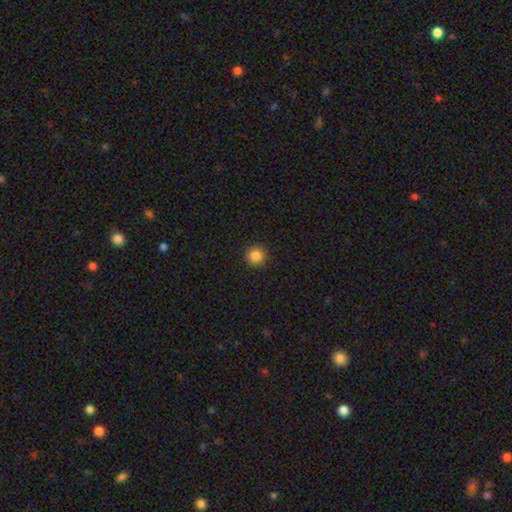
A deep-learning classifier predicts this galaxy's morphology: Smooth or featured?
  - smooth: 86% *
  - star or artifact: 10%
  - featured or disk: 4%
How rounded?
  - round: 95% *
  - in between: 4%
  - cigar-shaped: 1%
Merging?
  - none: 93% *
  - minor disturbance: 5%
  - major disturbance: 2%
  - merger: 1%